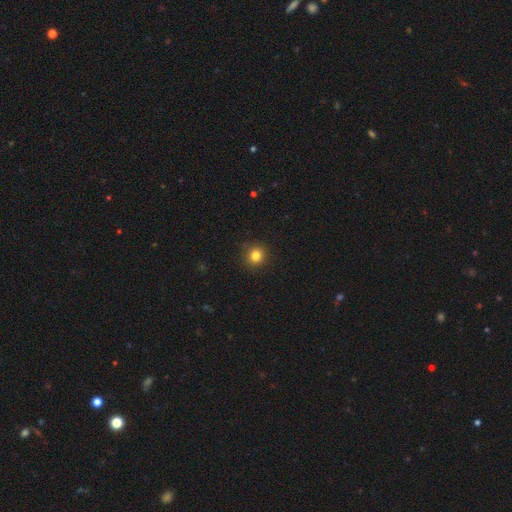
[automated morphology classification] Smooth or featured? Predicted: smooth (p=0.82). How rounded? Predicted: round (p=0.92). Merging? Predicted: none (p=0.91).